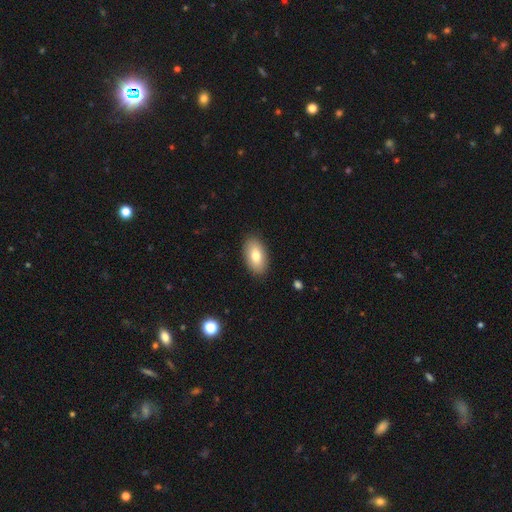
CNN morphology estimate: A smooth galaxy with no disk features (80%) that is in between round and cigar-shaped (94%). Merging: none (88%).